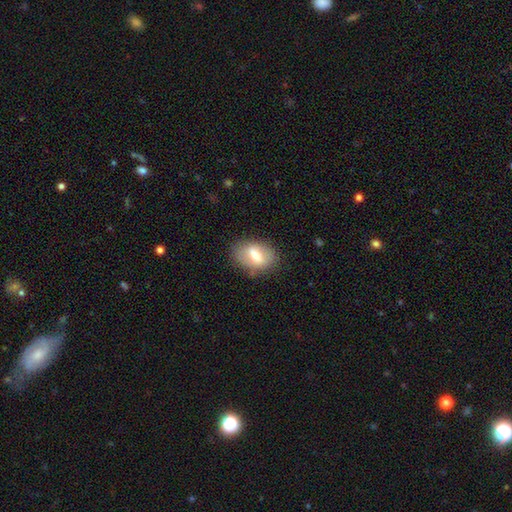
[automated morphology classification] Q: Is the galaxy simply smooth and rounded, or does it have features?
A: smooth — 60%.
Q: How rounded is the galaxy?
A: in between — 85%.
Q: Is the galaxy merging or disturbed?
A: none — 79%.